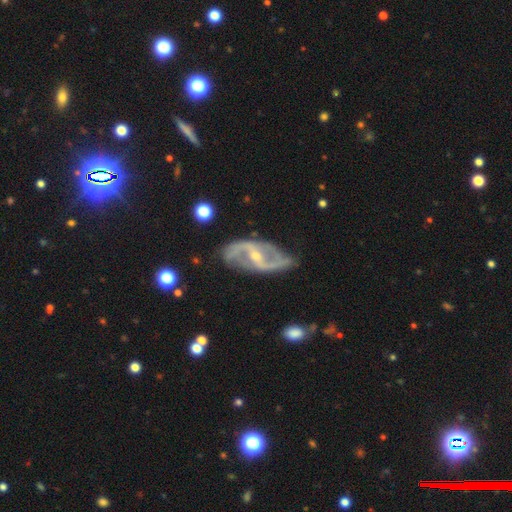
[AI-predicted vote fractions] This appears to be a featured or disk galaxy (90%) with a strong bar (40%), 2 (91%) loose (46%) spiral arms (95%) and a small central bulge (60%). Merging: none (73%).